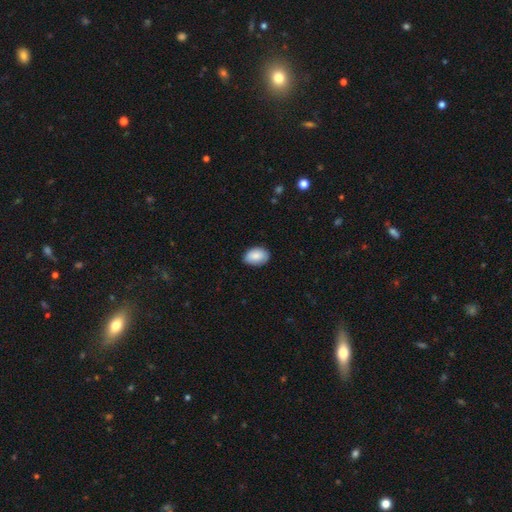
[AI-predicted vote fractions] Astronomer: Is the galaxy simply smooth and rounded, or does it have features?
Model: smooth — 87%.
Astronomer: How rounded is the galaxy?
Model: in between — 86%.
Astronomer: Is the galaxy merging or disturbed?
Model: none — 84%.